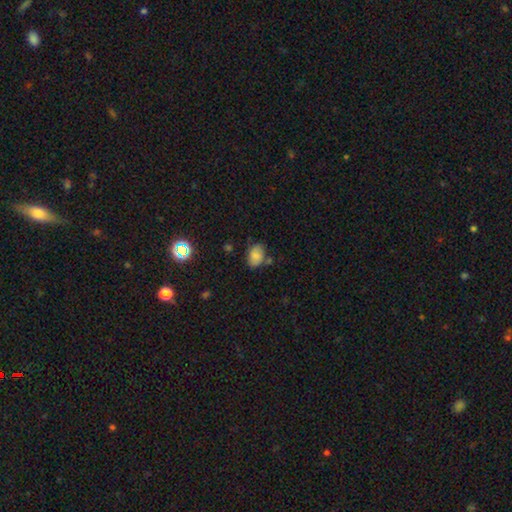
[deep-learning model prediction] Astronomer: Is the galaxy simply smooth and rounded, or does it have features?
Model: smooth — 79%.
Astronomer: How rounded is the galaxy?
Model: in between — 80%.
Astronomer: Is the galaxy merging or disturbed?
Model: none — 68%.